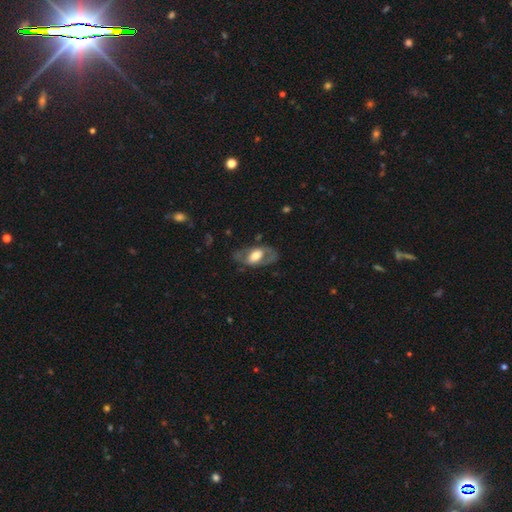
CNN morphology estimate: Smooth or featured? Predicted: featured or disk (p=0.58). Edge-on disk? Predicted: no (p=0.87). Bar? Predicted: no (p=0.53). Spiral arms? Predicted: no (p=0.62). Bulge size? Predicted: moderate (p=0.47). Merging? Predicted: none (p=0.67).